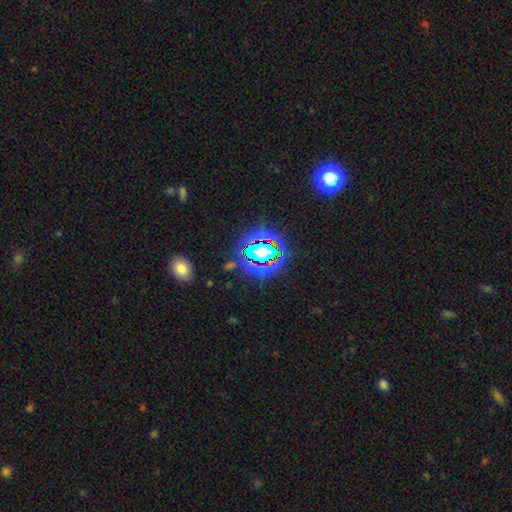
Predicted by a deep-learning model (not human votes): Smooth or featured? Predicted: star or artifact (p=0.73).